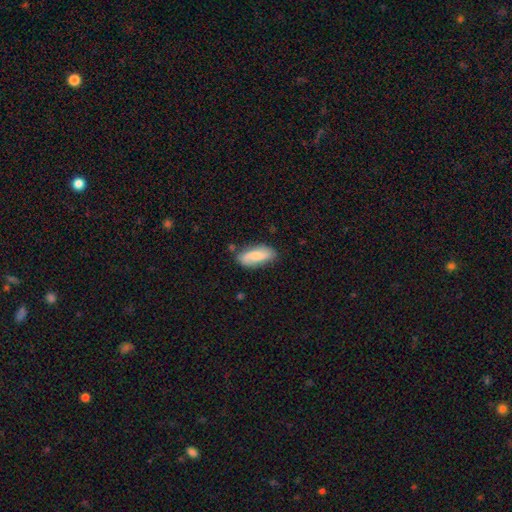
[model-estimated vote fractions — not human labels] Overall: smooth (66%; featured or disk 28%). How rounded: in between (83%). Merging: none (71%).